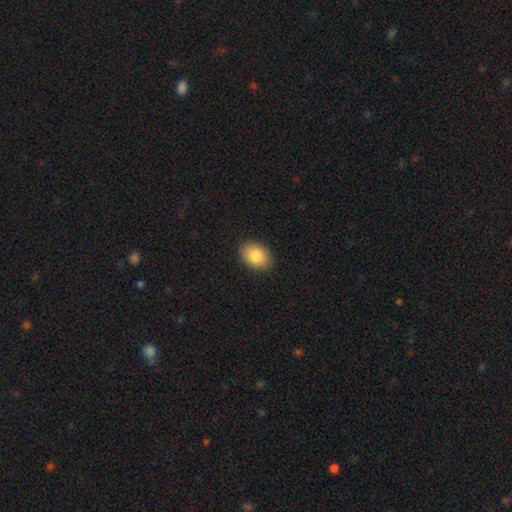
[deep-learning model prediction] A smooth galaxy with no disk features (85%) that is in between round and cigar-shaped (78%).

Vote fractions:
- Smooth or featured? smooth: 85% / featured or disk: 8% / star or artifact: 7%
- How rounded? in between: 78% / round: 22% / cigar-shaped: 1%
- Merging? none: 89% / minor disturbance: 8% / major disturbance: 2% / merger: 1%